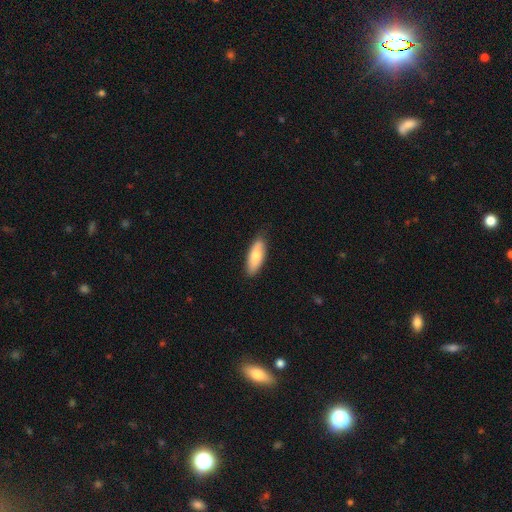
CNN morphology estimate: A smooth galaxy with no disk features (79%) that is in between round and cigar-shaped (70%). Merging: none (84%).